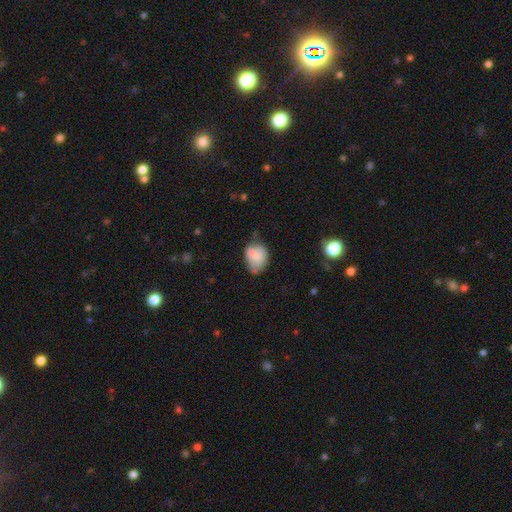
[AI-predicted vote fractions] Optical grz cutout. It shows a smooth galaxy with no disk features (77%) that is in between round and cigar-shaped (60%). Merging: none (47%).